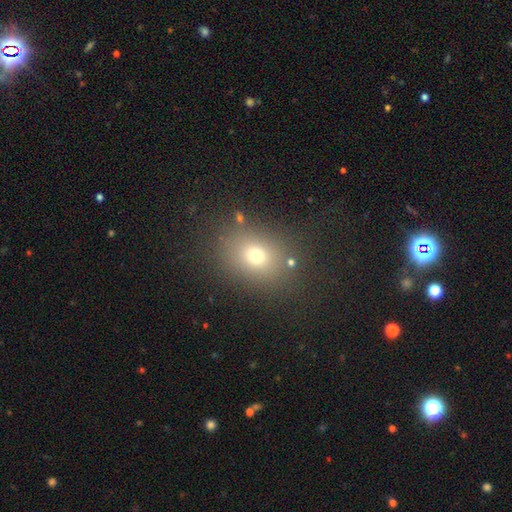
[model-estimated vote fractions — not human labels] smooth 70%, star or artifact 19%, featured or disk 11%. Down the decision tree: how rounded — round (50%); merging — none (81%).